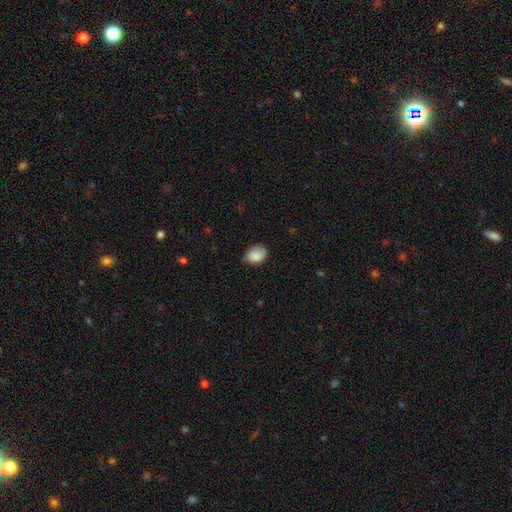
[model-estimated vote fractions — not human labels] smooth-or-featured: smooth: 79% | featured or disk: 13% | star or artifact: 8%
  how-rounded: in between: 62% | round: 37% | cigar-shaped: 1%
  merging: none: 60% | minor disturbance: 31% | major disturbance: 7% | merger: 2%